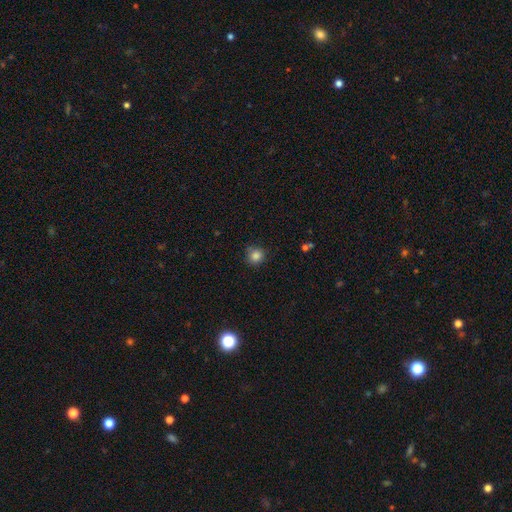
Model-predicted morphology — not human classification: The model was most divided on "merging": none: 80%, minor disturbance: 15%, major disturbance: 3%, merger: 2%. More confident: how rounded — round (90%); smooth or featured — smooth (84%).